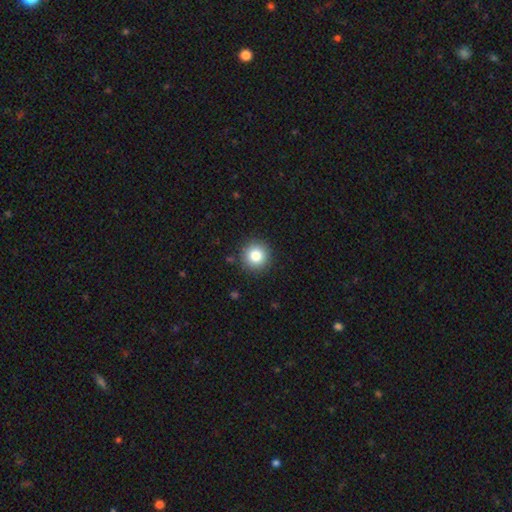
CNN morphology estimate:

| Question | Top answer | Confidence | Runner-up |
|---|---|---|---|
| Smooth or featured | smooth | 83% | star or artifact (10%) |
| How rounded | round | 94% | in between (5%) |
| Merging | none | 90% | minor disturbance (6%) |